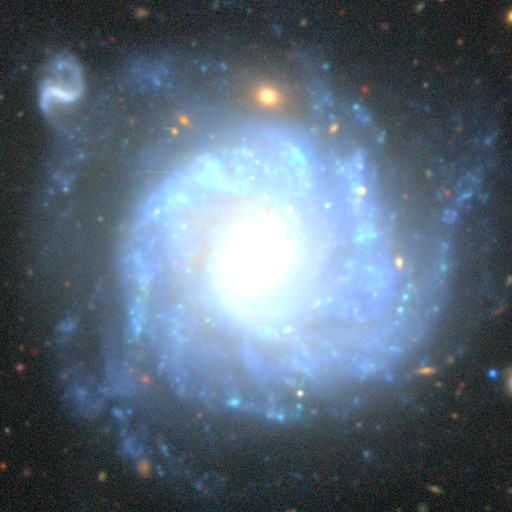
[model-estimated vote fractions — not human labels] featured or disk 89%, star or artifact 7%, smooth 5%. Down the decision tree: edge-on disk — no (97%); bar — no (77%); spiral arms — yes (95%); spiral arm count — can't tell (32%); spiral winding — tight (77%); bulge size — small (59%); merging — none (66%).